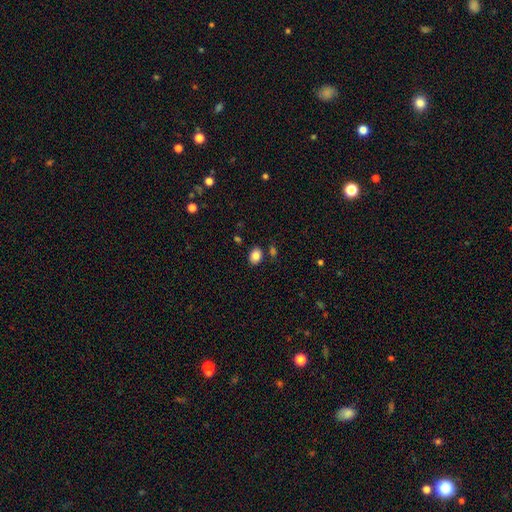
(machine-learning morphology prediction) Q: Smooth or featured?
A: smooth (85%); runner-up: star or artifact (9%)
Q: How rounded?
A: in between (63%); runner-up: round (36%)
Q: Merging?
A: none (81%); runner-up: minor disturbance (10%)